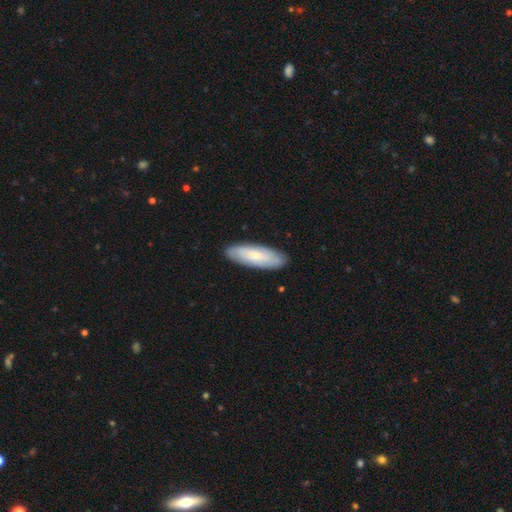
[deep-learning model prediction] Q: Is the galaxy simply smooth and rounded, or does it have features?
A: smooth — 55%.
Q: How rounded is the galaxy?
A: in between — 58%.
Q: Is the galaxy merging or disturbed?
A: none — 88%.